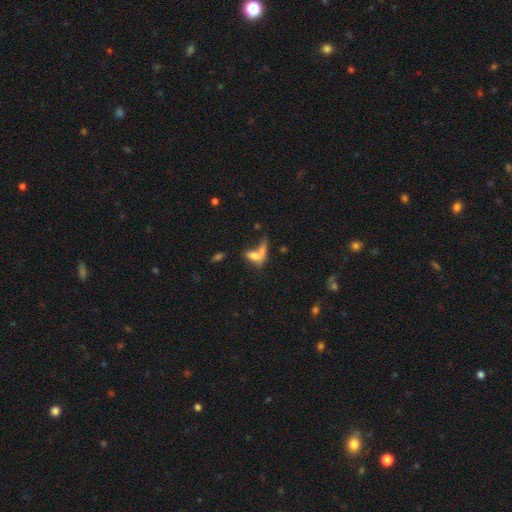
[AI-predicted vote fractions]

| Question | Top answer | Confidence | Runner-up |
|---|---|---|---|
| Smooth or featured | smooth | 65% | featured or disk (23%) |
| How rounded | in between | 60% | cigar-shaped (31%) |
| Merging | merger | 42% | none (27%) |